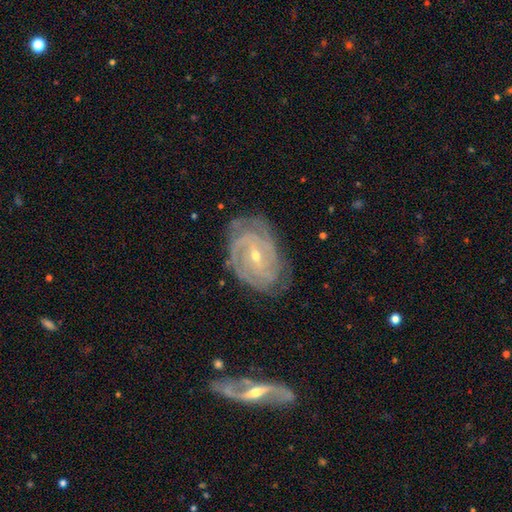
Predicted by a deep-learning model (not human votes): smooth-or-featured: featured or disk: 89% | smooth: 6% | star or artifact: 6%
  disk-edge-on: no: 96% | yes: 4%
    bar: weak: 46% | no: 34% | strong: 19%
    has-spiral-arms: yes: 97% | no: 3%
      spiral-winding: tight: 72% | medium: 24% | loose: 4%
      spiral-arm-count: 3: 25% | 2: 24% | can't tell: 23% | 4: 16% | more than 4: 6% | 1: 5%
    bulge-size: small: 64% | moderate: 33% | large: 1% | none: 1% | dominant: 1%
  merging: none: 75% | minor disturbance: 18% | major disturbance: 6% | merger: 1%